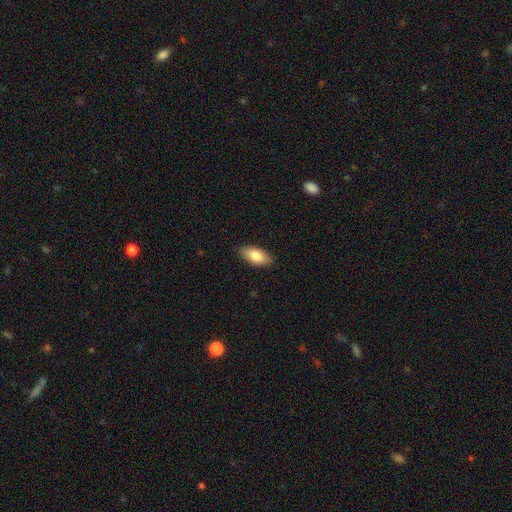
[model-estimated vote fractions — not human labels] A smooth galaxy with no disk features (84%) that is in between round and cigar-shaped (91%). Merging: none (88%).